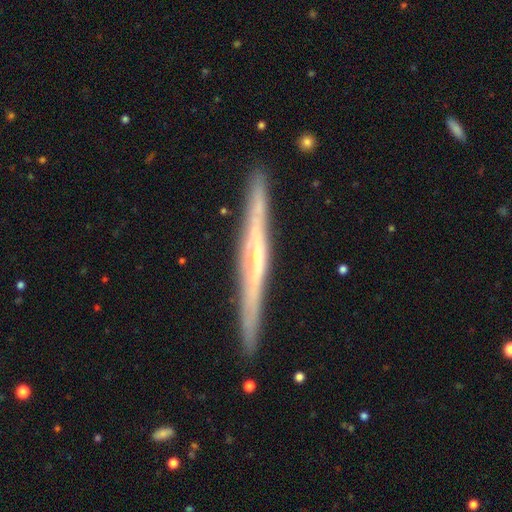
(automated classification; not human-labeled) Morphology: type=featured or disk (80%); edge-on=yes (97%); edge-on bulge=rounded (61%); merging=none (91%).